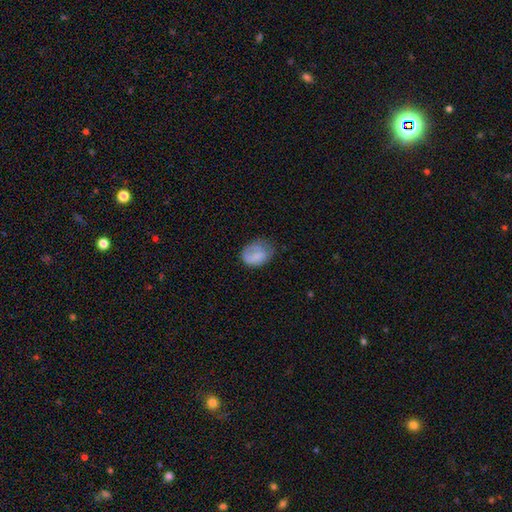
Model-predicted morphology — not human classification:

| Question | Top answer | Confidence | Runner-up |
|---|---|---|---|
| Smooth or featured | smooth | 75% | featured or disk (17%) |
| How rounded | in between | 63% | round (36%) |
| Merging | none | 44% | minor disturbance (34%) |